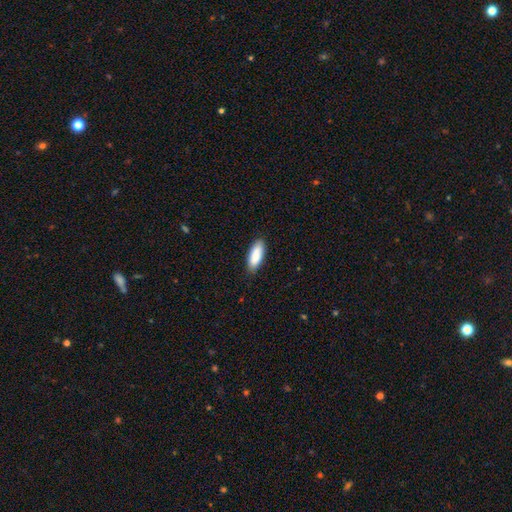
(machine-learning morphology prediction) Q: Smooth or featured?
A: smooth (90%); runner-up: star or artifact (6%)
Q: How rounded?
A: in between (78%); runner-up: cigar-shaped (20%)
Q: Merging?
A: none (86%); runner-up: minor disturbance (11%)